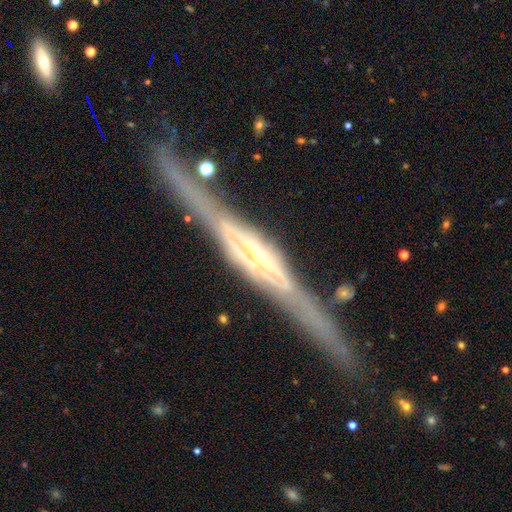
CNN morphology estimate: Overall: featured or disk (88%). Edge-on disk: yes (95%). Edge-on bulge: rounded (53%; boxy 37%). Merging: none (82%).